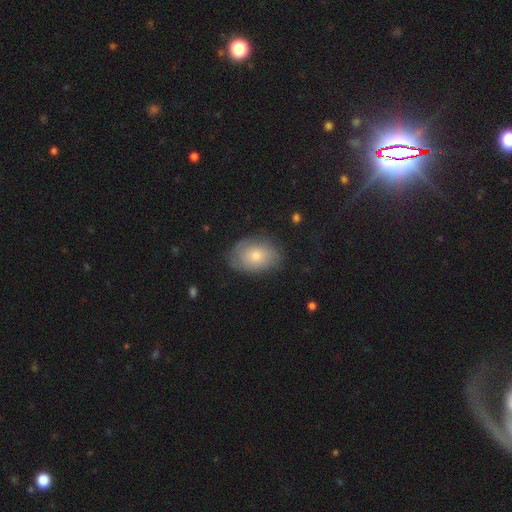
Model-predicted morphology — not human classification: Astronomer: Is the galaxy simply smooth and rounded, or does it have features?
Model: smooth — 63%.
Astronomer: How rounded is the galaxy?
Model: in between — 81%.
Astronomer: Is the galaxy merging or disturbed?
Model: none — 74%.